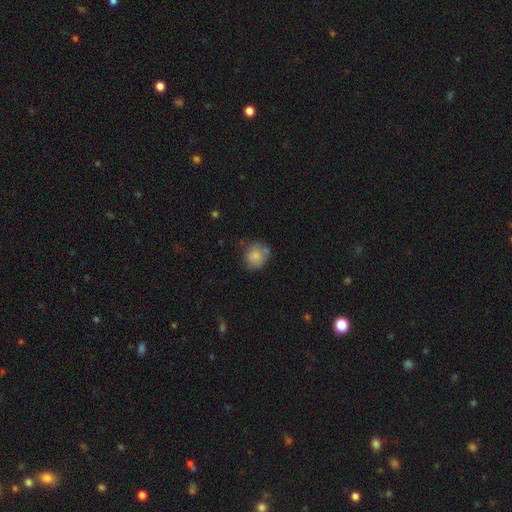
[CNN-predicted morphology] A smooth galaxy with no disk features (80%) that is round (77%).

Vote fractions:
- Smooth or featured? smooth: 80% / featured or disk: 12% / star or artifact: 8%
- How rounded? round: 77% / in between: 22% / cigar-shaped: 1%
- Merging? none: 61% / minor disturbance: 23% / merger: 9% / major disturbance: 7%